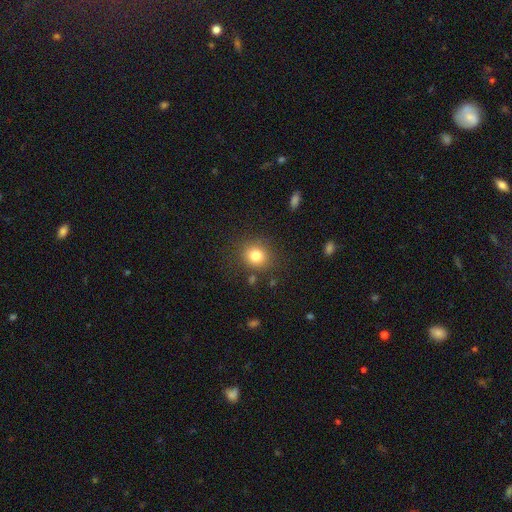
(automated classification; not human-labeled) smooth 81%, star or artifact 11%, featured or disk 7%. Down the decision tree: how rounded — round (79%); merging — none (83%).